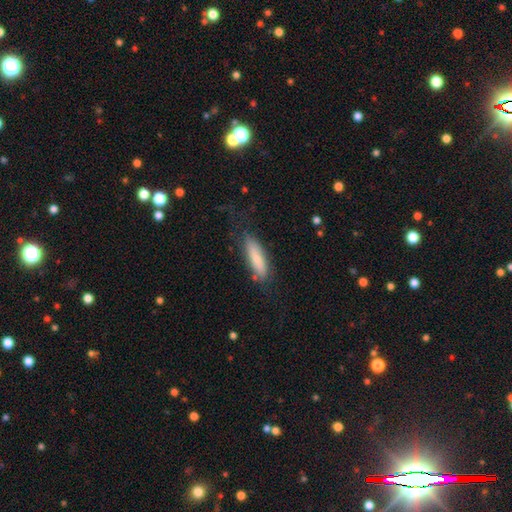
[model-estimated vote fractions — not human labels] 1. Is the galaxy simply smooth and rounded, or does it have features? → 71% smooth, 22% featured or disk, 7% star or artifact.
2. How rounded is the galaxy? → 54% cigar-shaped, 44% in between, 2% round.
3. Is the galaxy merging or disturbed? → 69% none, 21% minor disturbance, 8% major disturbance, 2% merger.